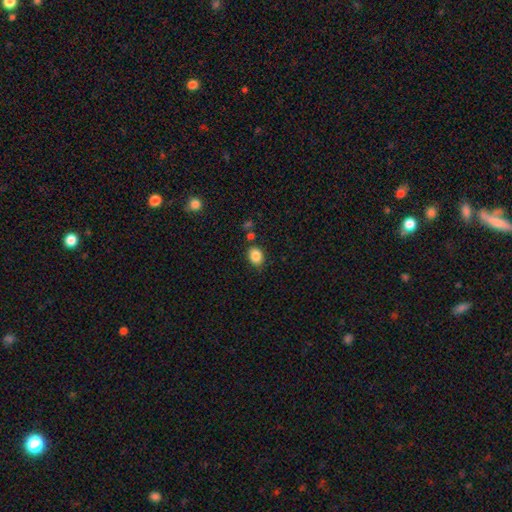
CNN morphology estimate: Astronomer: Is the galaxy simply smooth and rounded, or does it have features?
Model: smooth — 86%.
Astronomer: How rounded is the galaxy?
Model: in between — 64%.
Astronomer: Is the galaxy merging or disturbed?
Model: none — 79%.